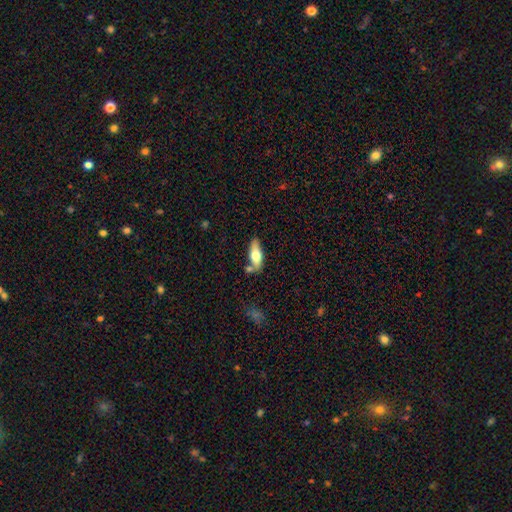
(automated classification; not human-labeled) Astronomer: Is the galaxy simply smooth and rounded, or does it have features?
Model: smooth — 63%.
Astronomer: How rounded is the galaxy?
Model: in between — 69%.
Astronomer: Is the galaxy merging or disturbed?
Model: none — 70%.